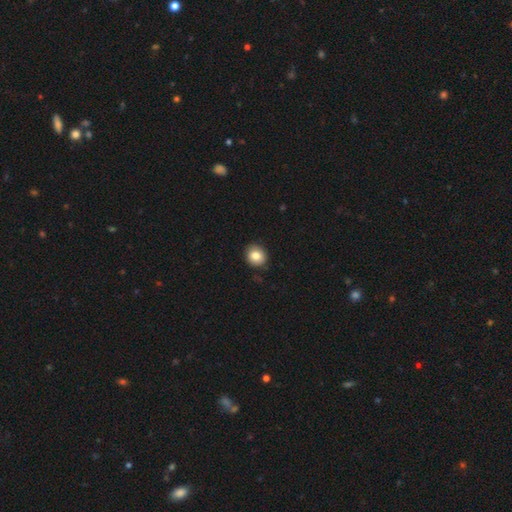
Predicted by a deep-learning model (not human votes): Overall: smooth (84%). How rounded: round (80%). Merging: none (88%).